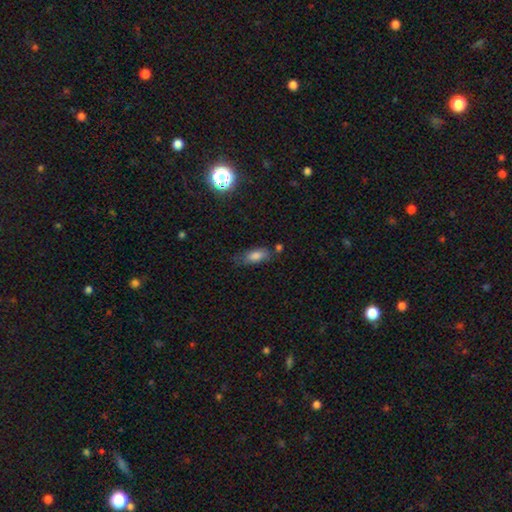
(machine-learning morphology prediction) This appears to be a smooth galaxy with no disk features (76%) that is in between round and cigar-shaped (77%). Merging: none (59%).